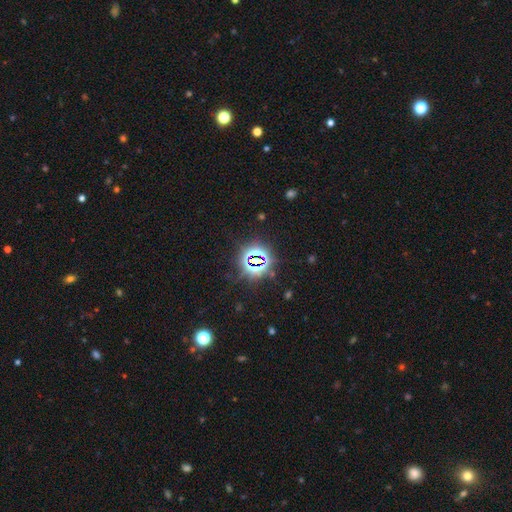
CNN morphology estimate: smooth-or-featured: star or artifact: 78% | smooth: 14% | featured or disk: 9%